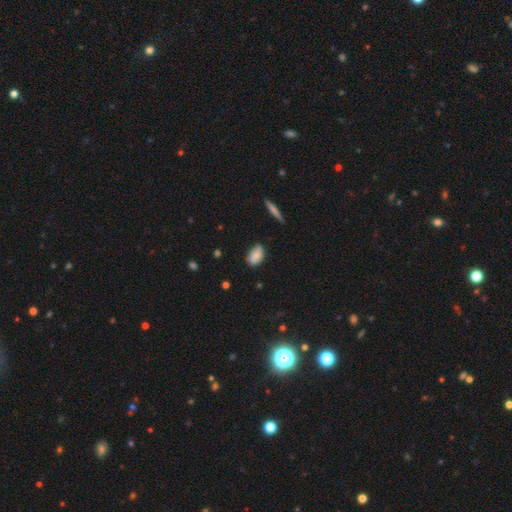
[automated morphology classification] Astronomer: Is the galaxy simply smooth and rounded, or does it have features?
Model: smooth — 78%.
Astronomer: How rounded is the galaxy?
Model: in between — 90%.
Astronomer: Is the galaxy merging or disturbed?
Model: none — 67%.